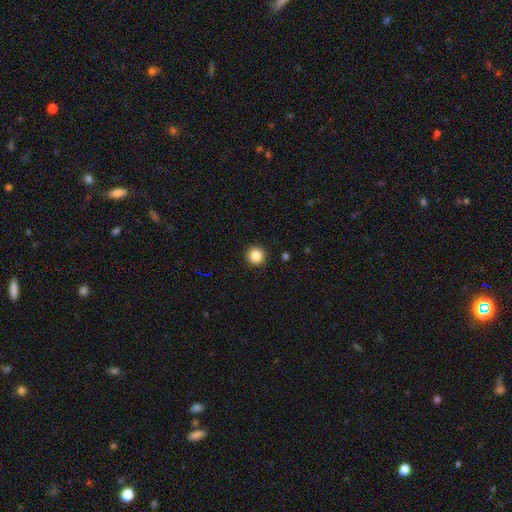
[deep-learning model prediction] The model was most divided on "smooth or featured": smooth: 85%, star or artifact: 10%, featured or disk: 5%. More confident: how rounded — round (96%); merging — none (93%).